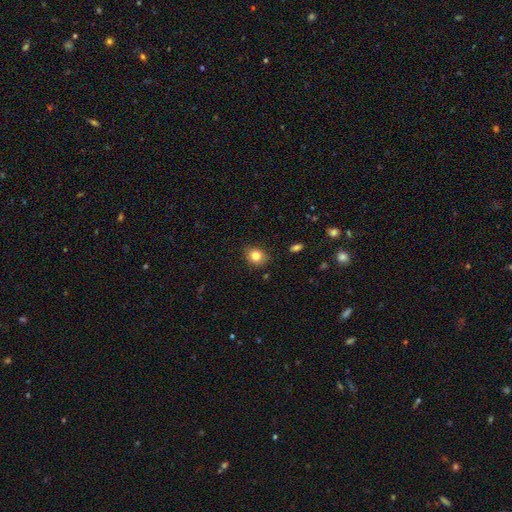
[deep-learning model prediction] Overall: smooth (81%). How rounded: round (59%; in between 40%). Merging: none (83%).